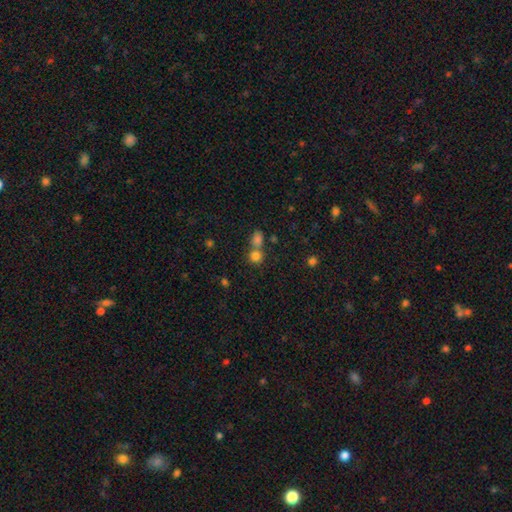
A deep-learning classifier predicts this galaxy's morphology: Smooth or featured: smooth — 79% (star or artifact — 14%)
How rounded: round — 84% (in between — 15%)
Merging: none — 50% (merger — 40%)